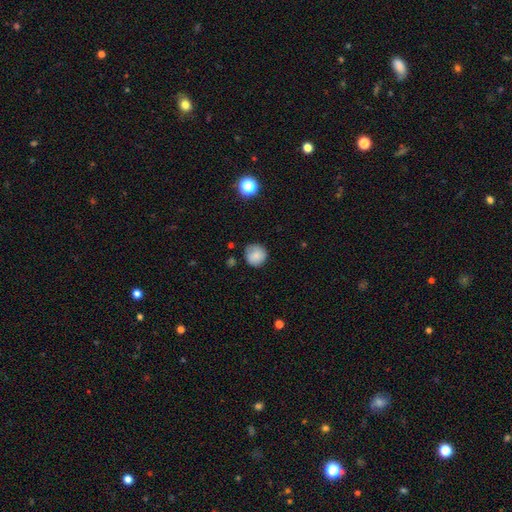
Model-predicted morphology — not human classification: type=smooth (82%); roundness=round (92%); merging=none (77%).